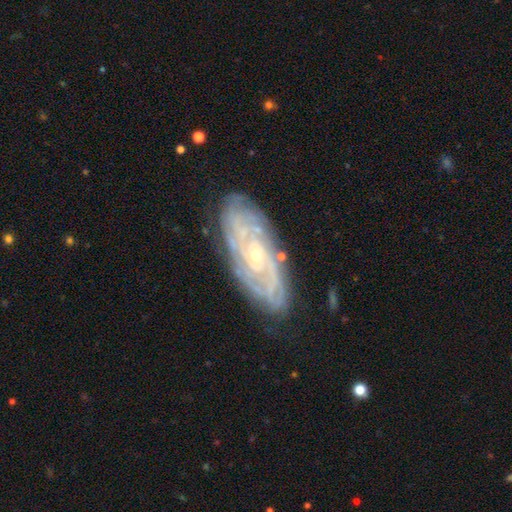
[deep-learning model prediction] Q: Smooth or featured?
A: featured or disk (85%); runner-up: smooth (9%)
Q: Edge-on disk?
A: no (92%); runner-up: yes (8%)
Q: Bar?
A: no (72%); runner-up: weak (21%)
Q: Spiral arms?
A: yes (95%); runner-up: no (5%)
Q: Spiral winding?
A: tight (76%); runner-up: medium (20%)
Q: Spiral arm count?
A: can't tell (36%); runner-up: 4 (17%)
Q: Bulge size?
A: small (78%); runner-up: moderate (19%)
Q: Merging?
A: none (81%); runner-up: minor disturbance (14%)